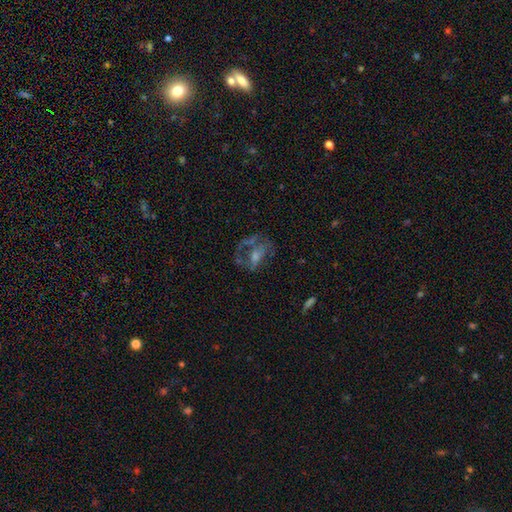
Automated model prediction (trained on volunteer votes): This appears to be a featured or disk galaxy (61%) with no bar (61%), no spiral arms (60%) and a moderate central bulge (40%). Merging: none (46%).